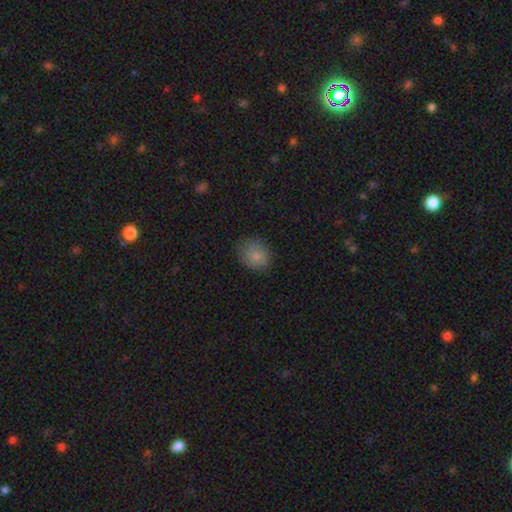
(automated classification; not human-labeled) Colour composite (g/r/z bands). It shows a smooth galaxy with no disk features (80%) that is round (64%). Merging: none (71%).